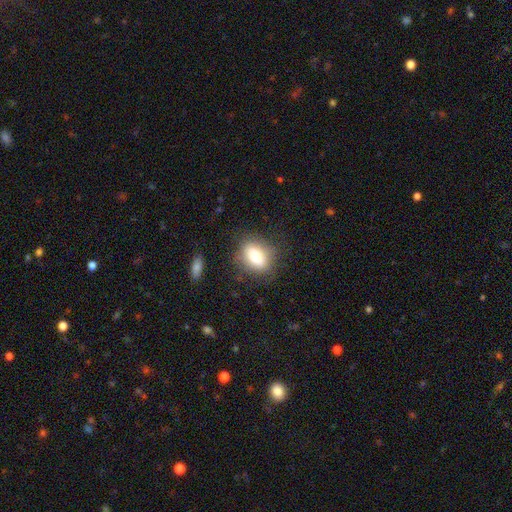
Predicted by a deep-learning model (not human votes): Q: Smooth or featured?
A: smooth (69%); runner-up: featured or disk (22%)
Q: How rounded?
A: in between (63%); runner-up: round (33%)
Q: Merging?
A: none (79%); runner-up: minor disturbance (14%)